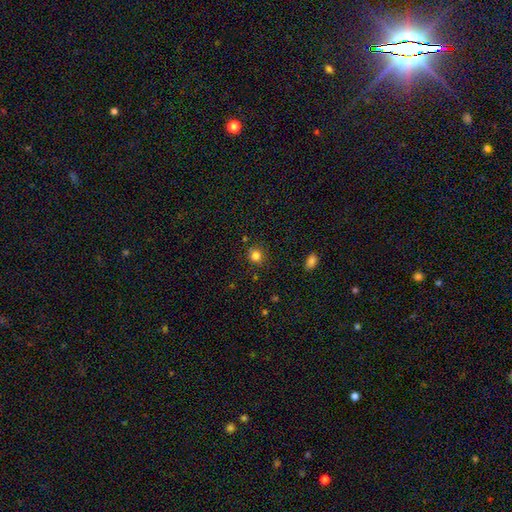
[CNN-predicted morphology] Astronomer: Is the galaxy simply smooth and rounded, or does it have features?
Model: smooth — 81%.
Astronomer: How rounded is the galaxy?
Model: round — 84%.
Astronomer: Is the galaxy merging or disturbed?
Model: none — 82%.